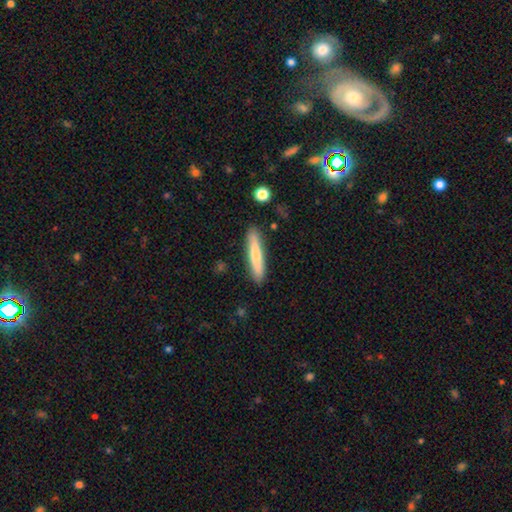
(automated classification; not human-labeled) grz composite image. It shows a smooth galaxy with no disk features (69%) that is cigar-shaped (91%). Merging: none (88%).